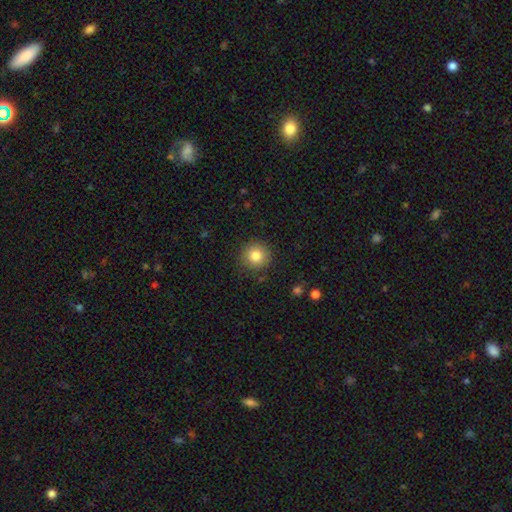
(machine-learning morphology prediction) This is clearly a smooth galaxy (82%). How rounded: clearly round (94%). Merging: clearly none (89%).